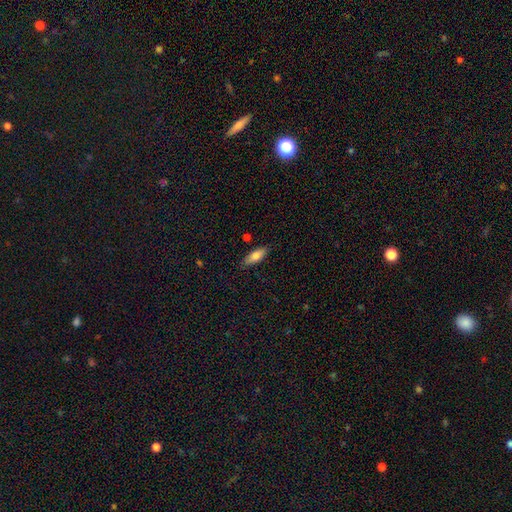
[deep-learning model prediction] This appears to be a smooth galaxy with no disk features (76%) that is in between round and cigar-shaped (67%). Merging: none (84%).